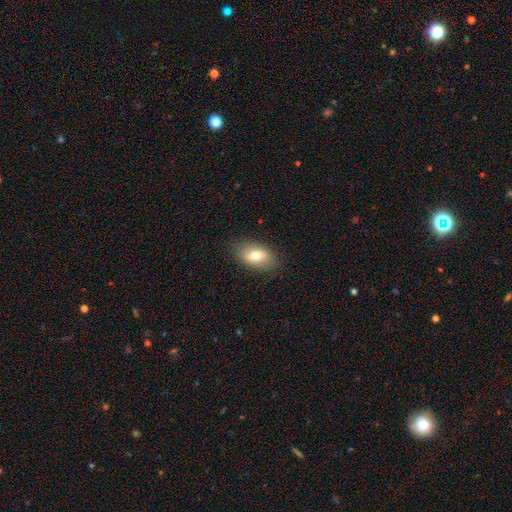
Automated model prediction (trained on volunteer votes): A smooth galaxy with no disk features (68%) that is in between round and cigar-shaped (89%).

Vote fractions:
- Smooth or featured? smooth: 68% / featured or disk: 25% / star or artifact: 7%
- How rounded? in between: 89% / round: 9% / cigar-shaped: 3%
- Merging? none: 85% / minor disturbance: 11% / major disturbance: 3% / merger: 1%